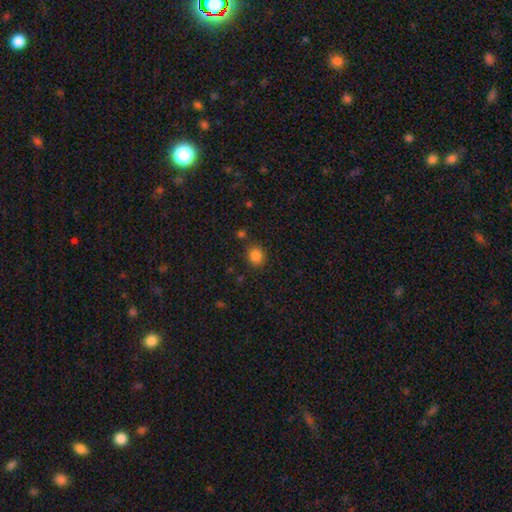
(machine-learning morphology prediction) A smooth galaxy with no disk features (84%) that is round (82%). Merging: none (83%).